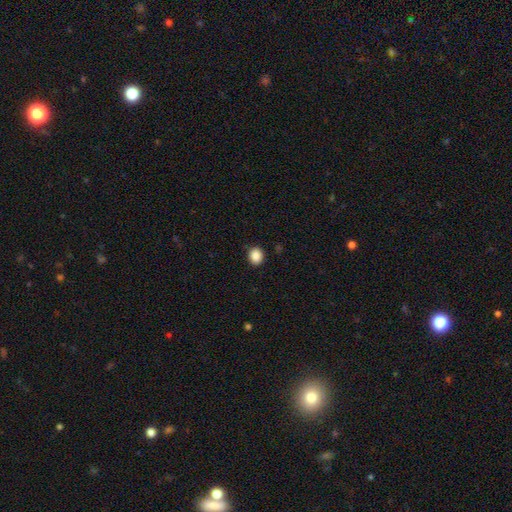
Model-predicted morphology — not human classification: type=smooth (88%); roundness=round (68%); merging=none (90%).